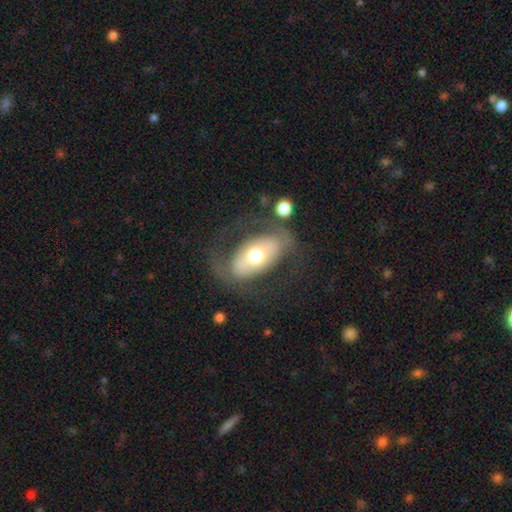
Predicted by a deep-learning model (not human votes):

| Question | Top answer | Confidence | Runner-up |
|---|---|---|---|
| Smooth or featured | featured or disk | 56% | smooth (37%) |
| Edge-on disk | no | 88% | yes (12%) |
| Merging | none | 61% | minor disturbance (17%) |